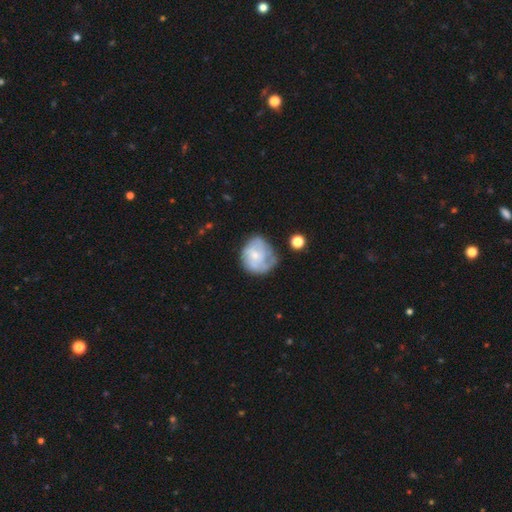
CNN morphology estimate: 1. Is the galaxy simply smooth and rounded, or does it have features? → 53% featured or disk, 40% smooth, 8% star or artifact.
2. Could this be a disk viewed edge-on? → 98% no, 2% yes.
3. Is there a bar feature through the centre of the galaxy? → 73% no, 23% weak, 3% strong.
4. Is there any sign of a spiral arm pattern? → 64% yes, 36% no.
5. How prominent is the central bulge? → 63% small, 27% moderate, 7% none, 2% large, 1% dominant.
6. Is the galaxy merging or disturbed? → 45% none, 30% minor disturbance, 21% major disturbance, 5% merger.